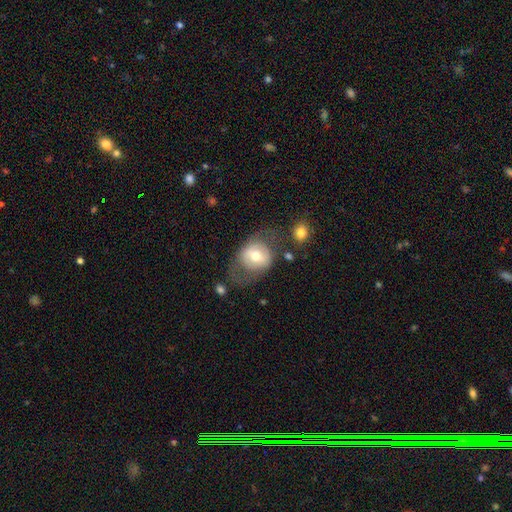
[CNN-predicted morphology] This appears to be a smooth galaxy with no disk features (57%) that is round (59%). Merging: none (51%).